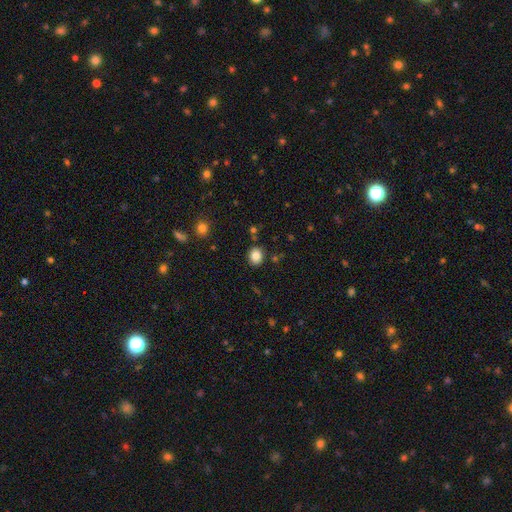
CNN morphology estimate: This appears to be a smooth galaxy with no disk features (83%) that is round (68%). Merging: none (86%).